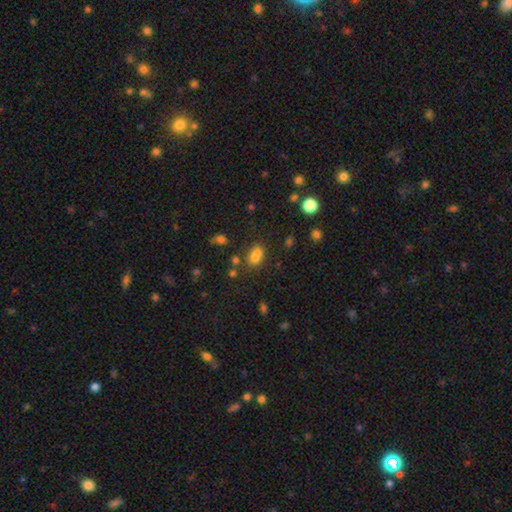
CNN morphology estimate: This is likely a smooth galaxy (70%). How rounded: likely in between (64%). Merging: marginally none (44%).